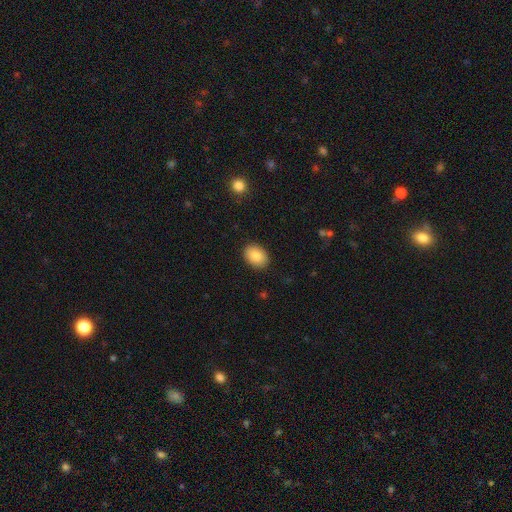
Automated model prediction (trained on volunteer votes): Smooth or featured?
  - smooth: 87% *
  - star or artifact: 7%
  - featured or disk: 6%
How rounded?
  - in between: 77% *
  - round: 22%
  - cigar-shaped: 1%
Merging?
  - none: 89% *
  - minor disturbance: 8%
  - major disturbance: 2%
  - merger: 1%